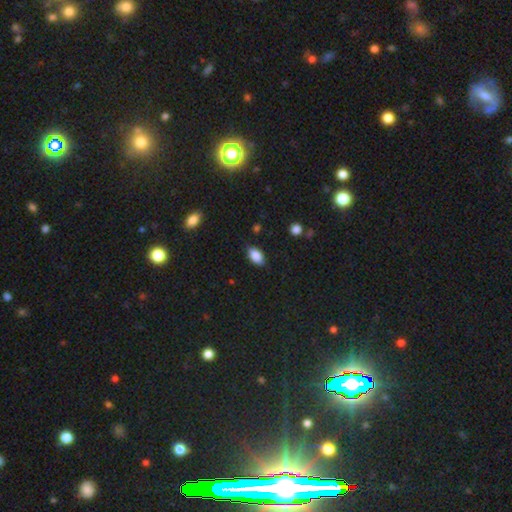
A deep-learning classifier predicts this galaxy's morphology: type=smooth (86%); roundness=in between (91%); merging=none (83%).